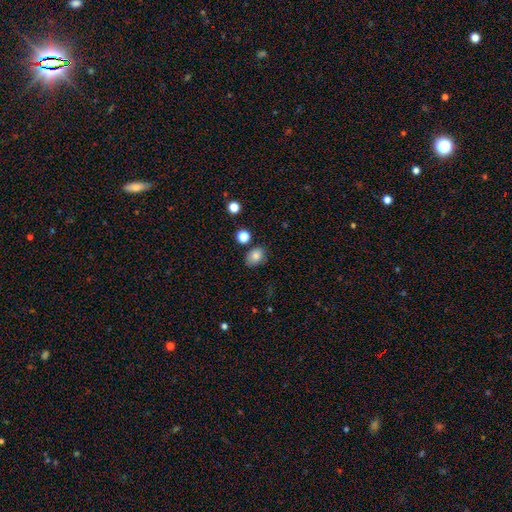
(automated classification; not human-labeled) Smooth or featured? smooth (81%)
How rounded? in between (61%)
Merging? none (75%)